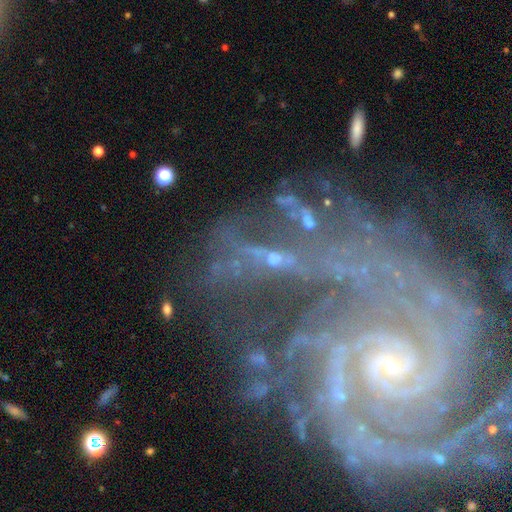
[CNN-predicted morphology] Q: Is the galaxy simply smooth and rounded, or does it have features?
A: featured or disk — 69%.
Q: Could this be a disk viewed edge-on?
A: no — 93%.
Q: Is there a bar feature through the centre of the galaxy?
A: no — 44%.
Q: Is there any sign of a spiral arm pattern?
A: yes — 80%.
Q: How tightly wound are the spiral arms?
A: tight — 52%.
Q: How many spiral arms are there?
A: can't tell — 30%.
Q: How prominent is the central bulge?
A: small — 62%.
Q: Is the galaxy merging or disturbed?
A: none — 43%.